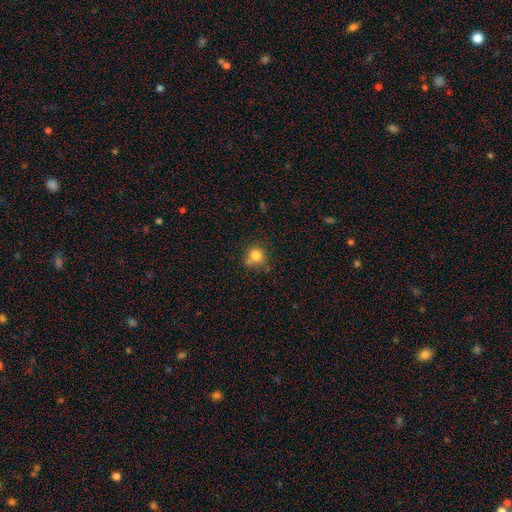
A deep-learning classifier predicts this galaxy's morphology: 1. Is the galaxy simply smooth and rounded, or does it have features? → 80% smooth, 12% star or artifact, 8% featured or disk.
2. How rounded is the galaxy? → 84% round, 15% in between, 1% cigar-shaped.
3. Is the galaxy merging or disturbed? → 59% none, 19% minor disturbance, 16% merger, 6% major disturbance.